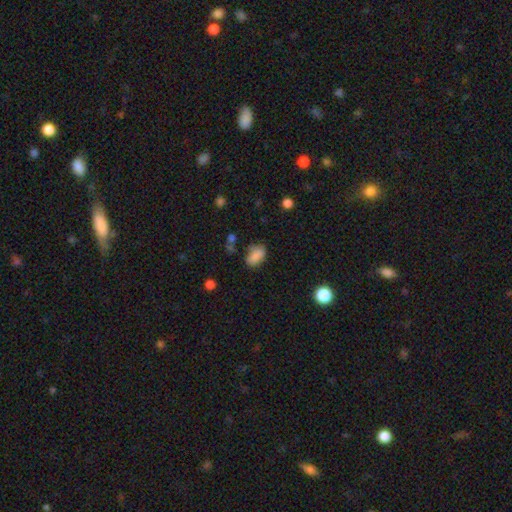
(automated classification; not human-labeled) smooth_or_featured: smooth (p=0.83) [alt: star or artifact p=0.10]
how_rounded: in between (p=0.89) [alt: round p=0.09]
merging: none (p=0.65) [alt: minor disturbance p=0.23]